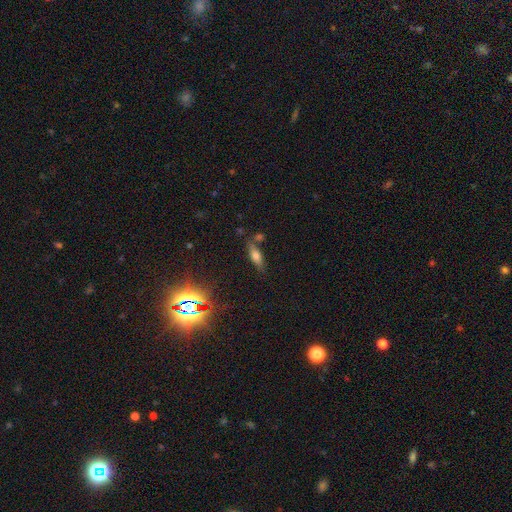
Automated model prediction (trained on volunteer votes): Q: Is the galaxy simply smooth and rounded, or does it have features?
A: smooth — 58%.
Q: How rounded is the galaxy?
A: in between — 53%.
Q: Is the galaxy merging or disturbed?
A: none — 70%.